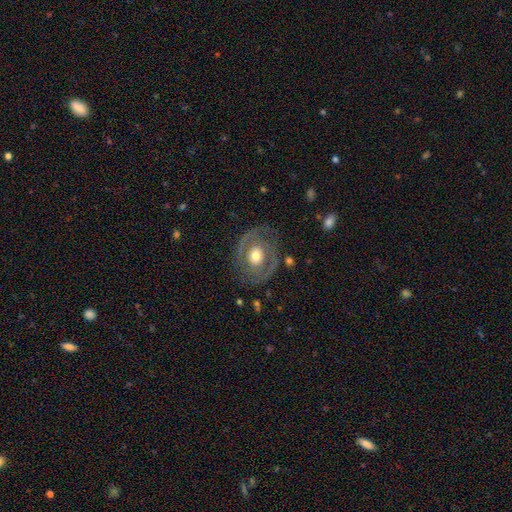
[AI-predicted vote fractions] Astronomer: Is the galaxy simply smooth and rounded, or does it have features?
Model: featured or disk — 64%.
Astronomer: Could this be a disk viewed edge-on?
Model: no — 95%.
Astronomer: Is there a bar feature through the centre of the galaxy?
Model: no — 71%.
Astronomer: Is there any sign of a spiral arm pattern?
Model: no — 53% (runner-up: yes, 47%).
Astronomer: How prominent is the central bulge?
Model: moderate — 67%.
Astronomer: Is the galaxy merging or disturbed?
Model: none — 73%.